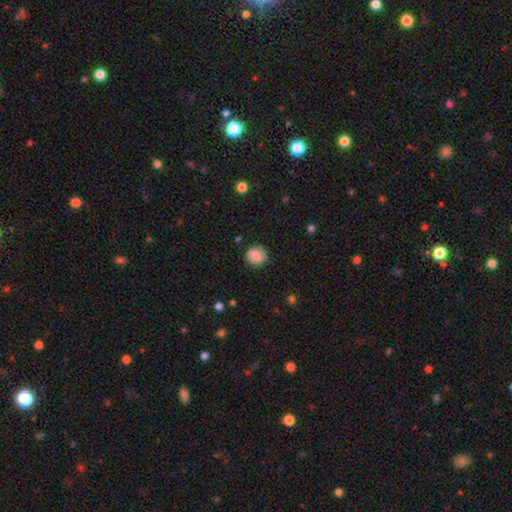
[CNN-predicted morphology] smooth_or_featured: smooth (p=0.52) [alt: featured or disk p=0.40]
how_rounded: round (p=0.85) [alt: in between p=0.14]
merging: none (p=0.82) [alt: minor disturbance p=0.12]